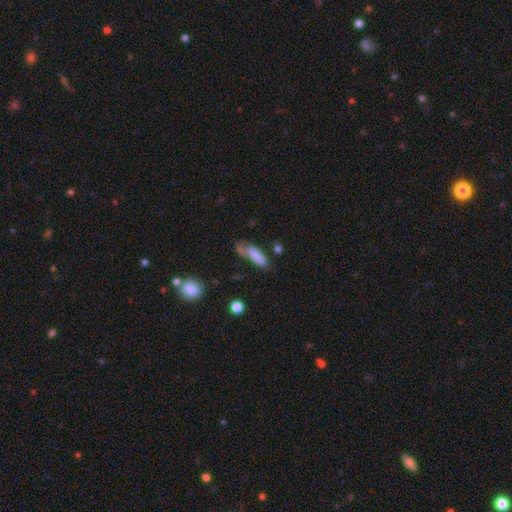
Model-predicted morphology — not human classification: A smooth galaxy with no disk features (77%) that is in between round and cigar-shaped (51%).

Vote fractions:
- Smooth or featured? smooth: 77% / featured or disk: 14% / star or artifact: 9%
- How rounded? in between: 51% / cigar-shaped: 47% / round: 2%
- Merging? none: 42% / minor disturbance: 27% / major disturbance: 17% / merger: 13%